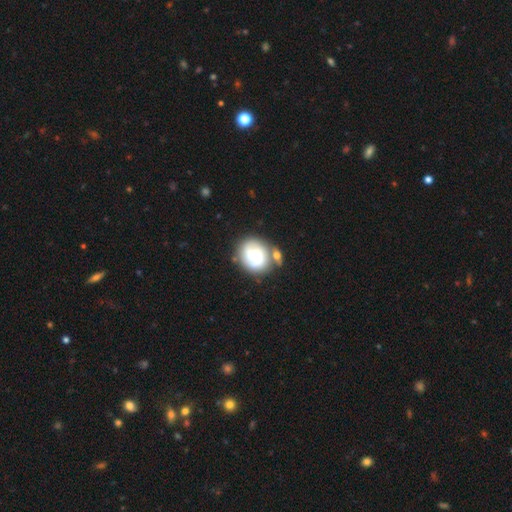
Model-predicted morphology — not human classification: A featured or disk galaxy (47%). Merging: none (51%).